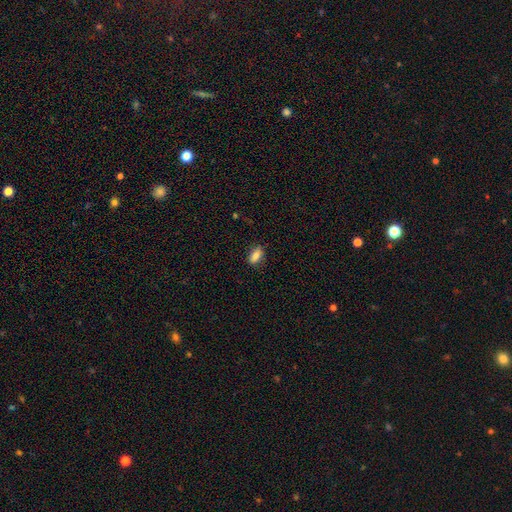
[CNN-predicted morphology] smooth-or-featured: smooth: 81% | featured or disk: 10% | star or artifact: 9%
  how-rounded: in between: 82% | cigar-shaped: 12% | round: 6%
  merging: none: 83% | minor disturbance: 13% | major disturbance: 3% | merger: 1%